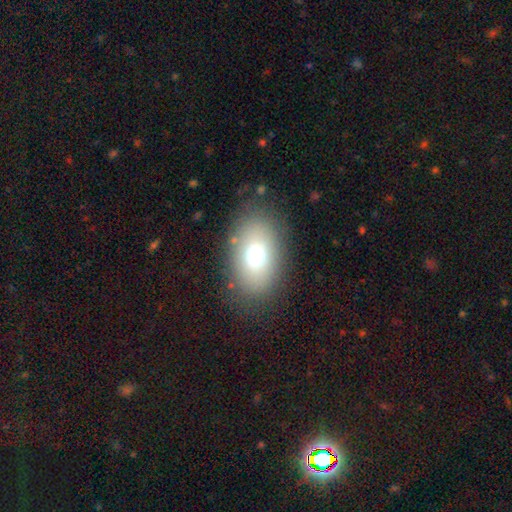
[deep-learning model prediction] A smooth galaxy with no disk features (68%) that is in between round and cigar-shaped (77%). Merging: none (82%).